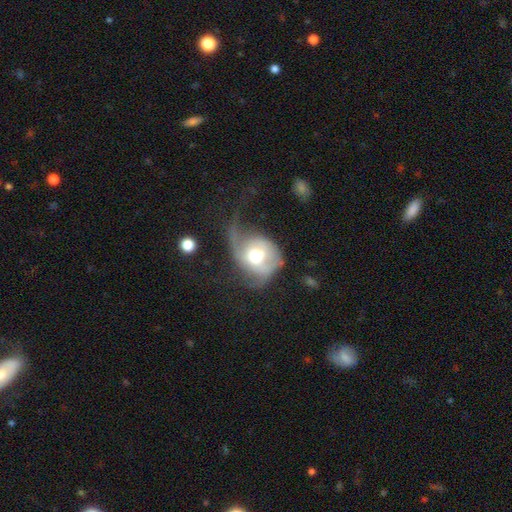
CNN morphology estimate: Smooth or featured? Predicted: featured or disk (p=0.52). Edge-on disk? Predicted: no (p=0.95). Merging? Predicted: major disturbance (p=0.52).